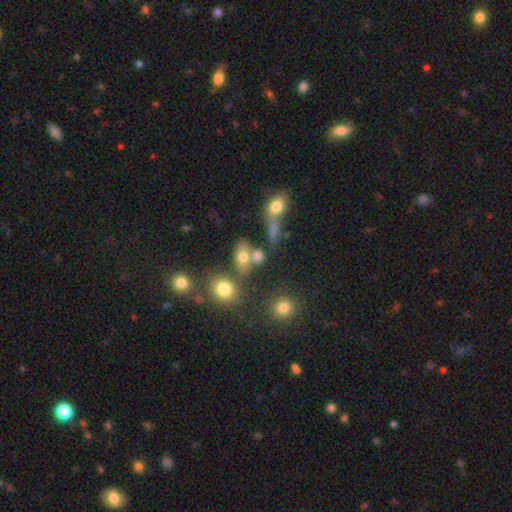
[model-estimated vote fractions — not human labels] Overall: smooth (48%; star or artifact 39%). Merging: none (62%; merger 23%).